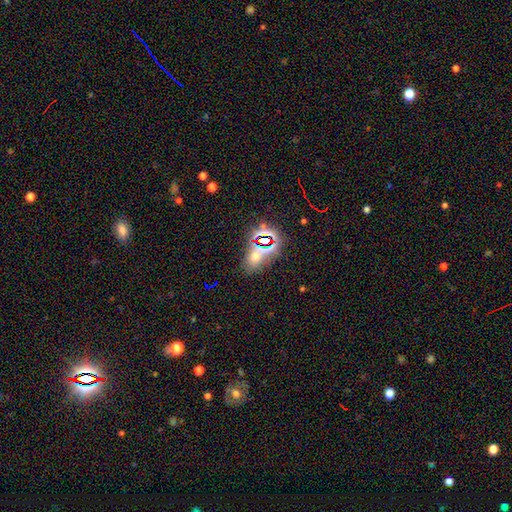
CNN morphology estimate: smooth-or-featured: smooth: 46% | star or artifact: 43% | featured or disk: 11%
  merging: none: 68% | merger: 15% | minor disturbance: 12% | major disturbance: 6%